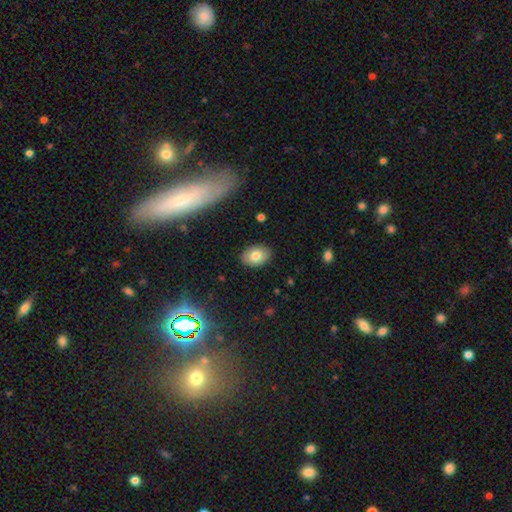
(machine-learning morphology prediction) Q: Smooth or featured?
A: smooth (78%); runner-up: featured or disk (13%)
Q: How rounded?
A: in between (78%); runner-up: round (21%)
Q: Merging?
A: none (87%); runner-up: minor disturbance (10%)